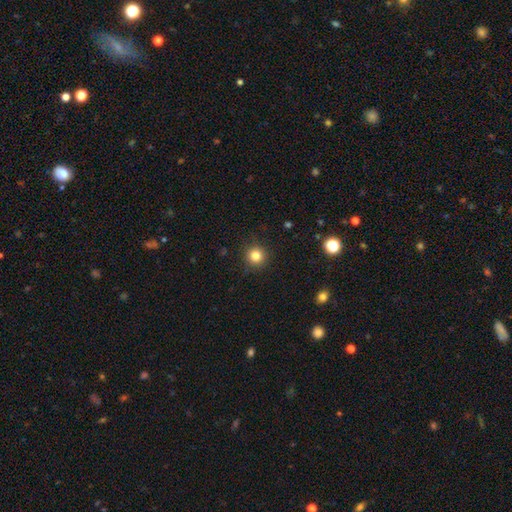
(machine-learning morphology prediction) The model was most divided on "smooth or featured": smooth: 82%, star or artifact: 13%, featured or disk: 5%. More confident: how rounded — round (95%); merging — none (90%).